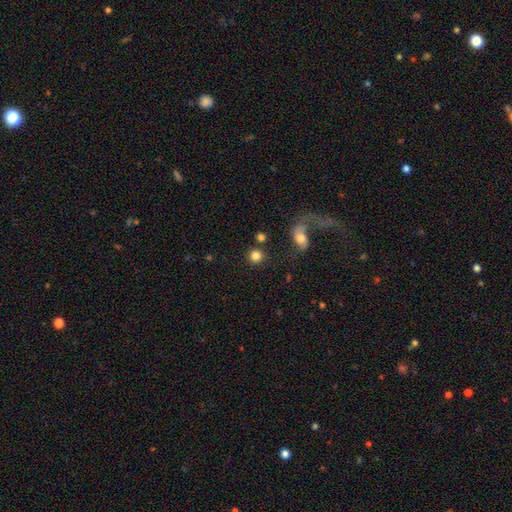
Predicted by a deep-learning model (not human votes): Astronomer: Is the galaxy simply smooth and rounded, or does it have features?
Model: smooth — 82%.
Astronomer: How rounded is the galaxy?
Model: round — 92%.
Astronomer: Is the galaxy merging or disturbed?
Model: none — 77%.